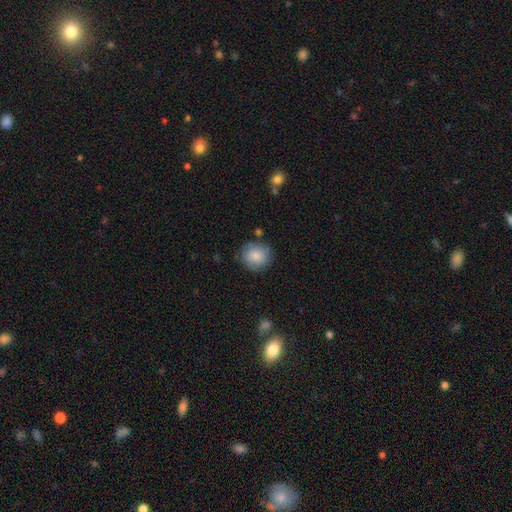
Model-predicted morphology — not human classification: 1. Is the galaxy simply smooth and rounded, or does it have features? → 85% smooth, 8% featured or disk, 7% star or artifact.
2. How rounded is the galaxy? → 86% round, 13% in between, 1% cigar-shaped.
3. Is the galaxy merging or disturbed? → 79% none, 15% minor disturbance, 4% major disturbance, 3% merger.